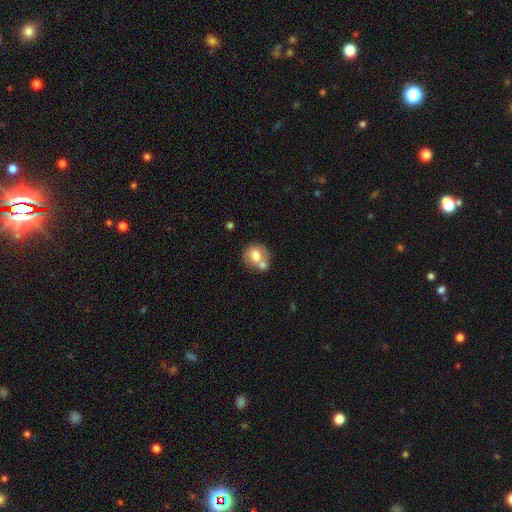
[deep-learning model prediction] The model was most divided on "merging": none: 44%, merger: 40%, minor disturbance: 12%, major disturbance: 4%. More confident: how rounded — round (78%); smooth or featured — smooth (71%).